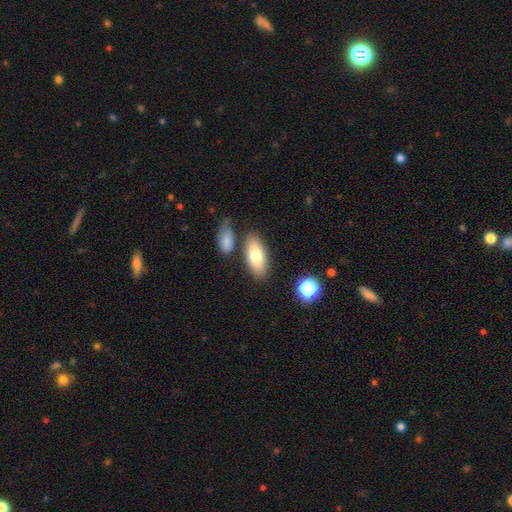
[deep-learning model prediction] smooth-or-featured: smooth: 76% | featured or disk: 17% | star or artifact: 7%
  how-rounded: in between: 87% | cigar-shaped: 10% | round: 4%
  merging: none: 77% | minor disturbance: 11% | merger: 9% | major disturbance: 3%